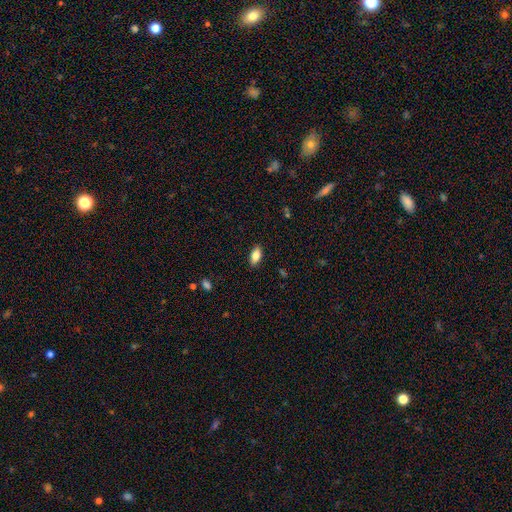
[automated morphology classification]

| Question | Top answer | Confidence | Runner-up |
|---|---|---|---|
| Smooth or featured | smooth | 81% | featured or disk (12%) |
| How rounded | in between | 89% | cigar-shaped (8%) |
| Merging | none | 88% | minor disturbance (9%) |